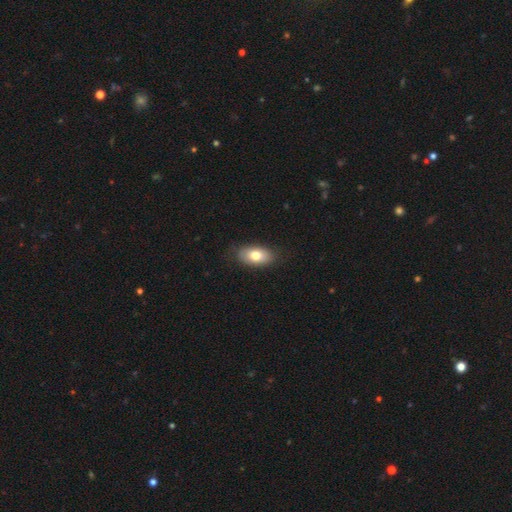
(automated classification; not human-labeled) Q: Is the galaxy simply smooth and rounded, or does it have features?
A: smooth — 75%.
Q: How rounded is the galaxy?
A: in between — 91%.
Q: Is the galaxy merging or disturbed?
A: none — 84%.